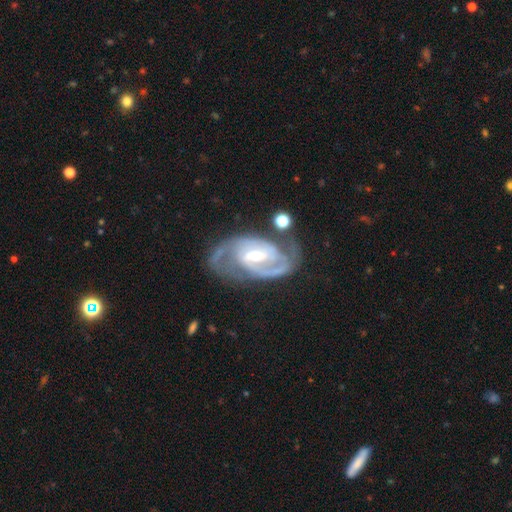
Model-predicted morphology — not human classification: This is clearly a featured or disk galaxy (92%). It is clearly not viewed edge-on (97%). Bar: possibly weak (46%). Spiral arm pattern: clearly yes (98%). Spiral arm count: clearly 2 (83%). Spiral winding: possibly medium (50%). Central bulge: possibly small (51%). Merging: likely none (68%).